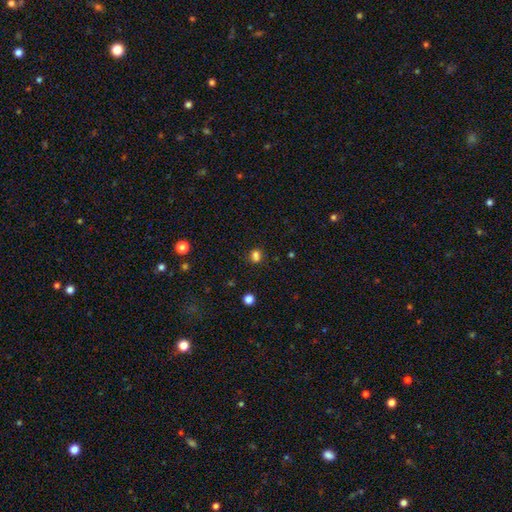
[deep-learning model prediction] This is likely a smooth galaxy (77%). How rounded: possibly round (53%). Merging: likely none (67%).